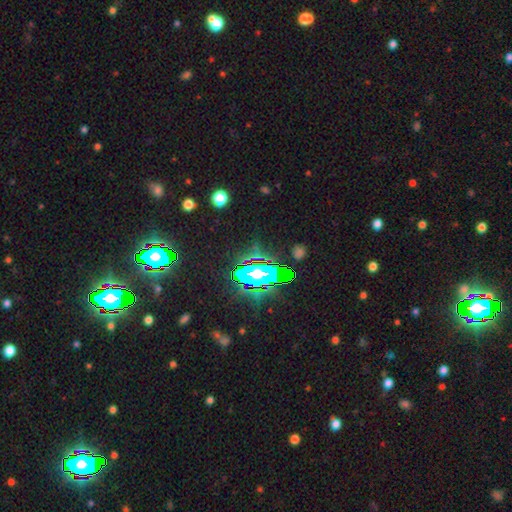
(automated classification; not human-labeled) Smooth or featured?
  - star or artifact: 77% *
  - smooth: 13%
  - featured or disk: 10%